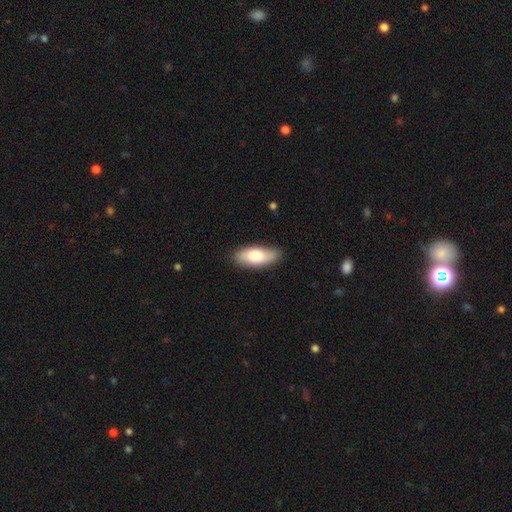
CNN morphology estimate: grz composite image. It shows a smooth galaxy with no disk features (78%) that is in between round and cigar-shaped (80%). Merging: none (84%).